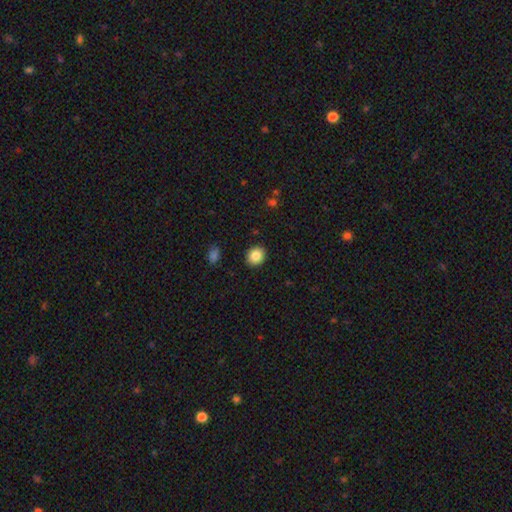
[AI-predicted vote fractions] Smooth or featured? Predicted: smooth (p=0.86). How rounded? Predicted: round (p=0.64). Merging? Predicted: none (p=0.90).